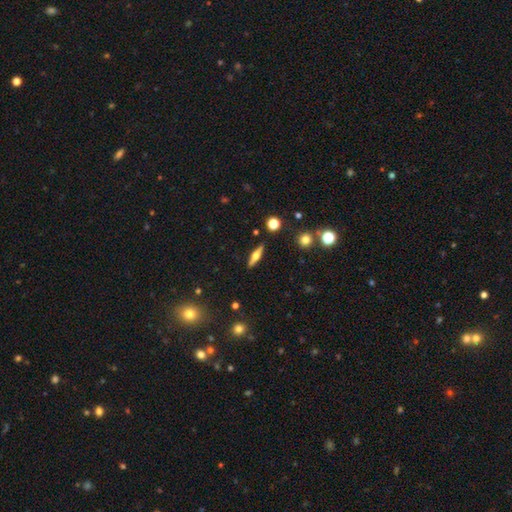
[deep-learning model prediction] The model was most divided on "smooth or featured": featured or disk: 55%, smooth: 37%, star or artifact: 8%. More confident: edge-on disk — yes (94%); edge-on bulge — rounded (91%); merging — none (88%).